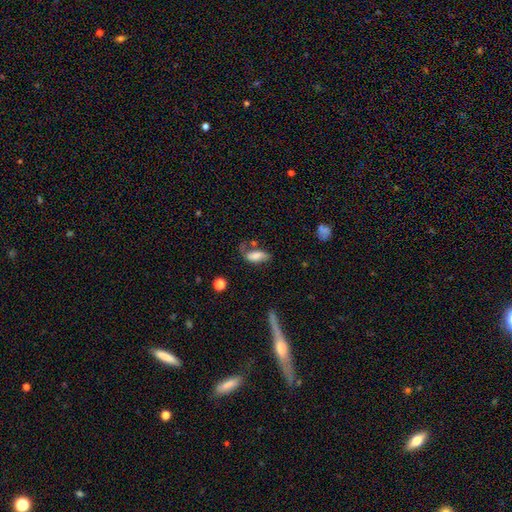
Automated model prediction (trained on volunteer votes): Smooth or featured?
  - smooth: 62% *
  - featured or disk: 29%
  - star or artifact: 9%
How rounded?
  - in between: 82% *
  - cigar-shaped: 15%
  - round: 4%
Merging?
  - none: 33% *
  - major disturbance: 30%
  - minor disturbance: 24%
  - merger: 13%